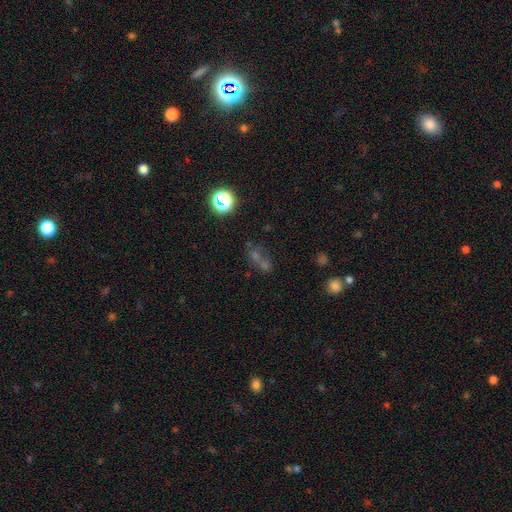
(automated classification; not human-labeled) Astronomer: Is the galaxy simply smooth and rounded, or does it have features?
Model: smooth — 43% (runner-up: star or artifact, 41%).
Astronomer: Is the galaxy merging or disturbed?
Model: none — 44% (runner-up: merger, 37%).